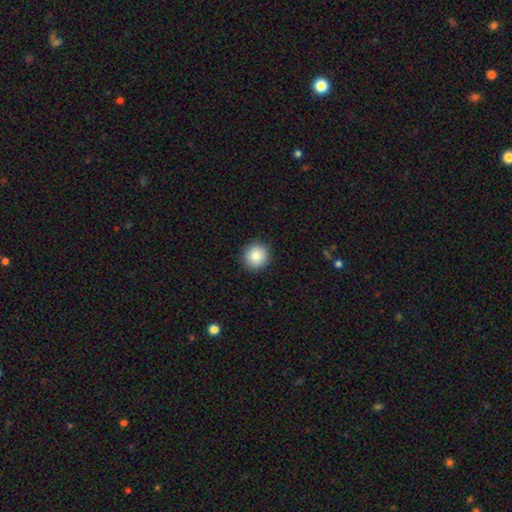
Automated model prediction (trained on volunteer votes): Smooth or featured? smooth (84%)
How rounded? round (94%)
Merging? none (92%)